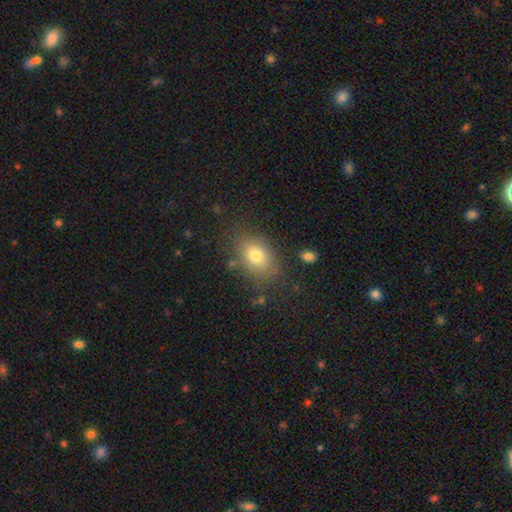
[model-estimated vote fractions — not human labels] Smooth or featured: smooth — 77% (featured or disk — 12%)
How rounded: in between — 74% (round — 25%)
Merging: none — 78% (minor disturbance — 14%)